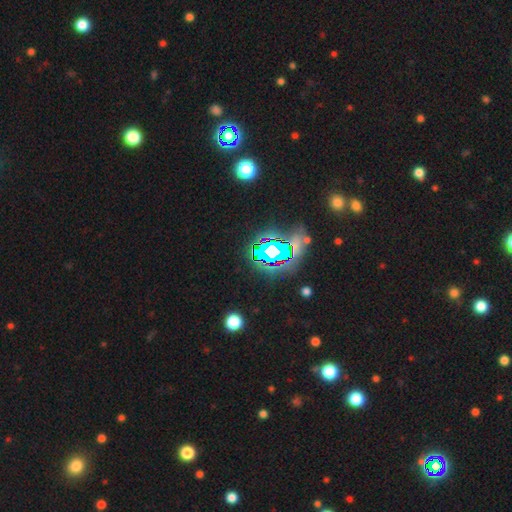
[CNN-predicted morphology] star or artifact 77%, smooth 14%, featured or disk 9%.